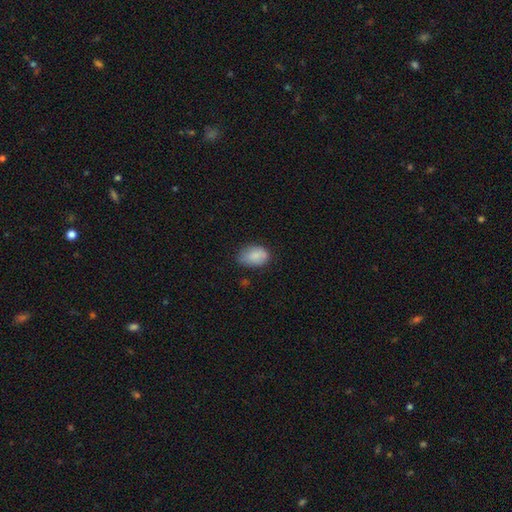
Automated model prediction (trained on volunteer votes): This is clearly a smooth galaxy (84%). How rounded: clearly in between (84%). Merging: likely none (61%).